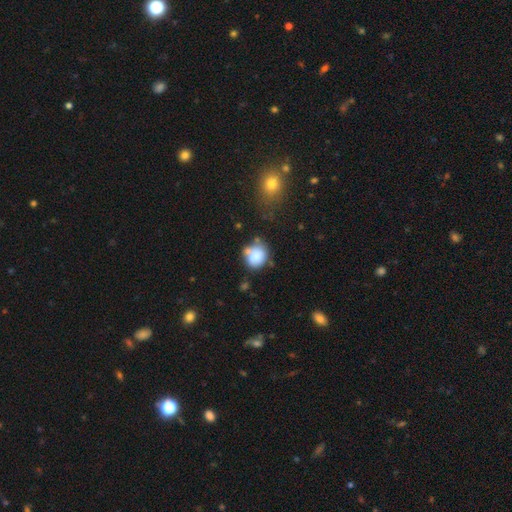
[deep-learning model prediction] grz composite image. It shows a smooth galaxy with no disk features (81%) that is round (74%). Merging: none (48%).